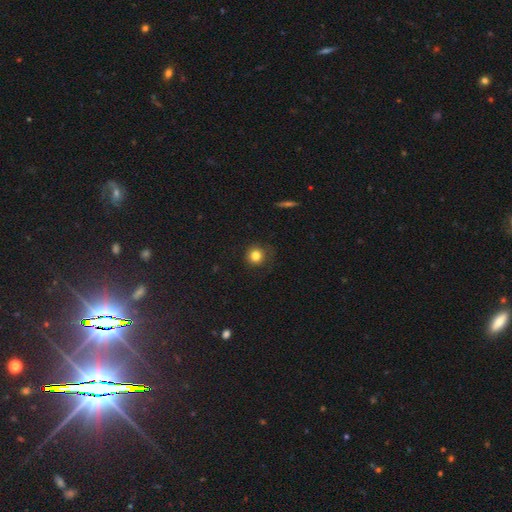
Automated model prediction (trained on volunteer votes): Smooth or featured?
  - smooth: 81% *
  - star or artifact: 12%
  - featured or disk: 7%
How rounded?
  - round: 93% *
  - in between: 6%
  - cigar-shaped: 1%
Merging?
  - none: 82% *
  - minor disturbance: 12%
  - major disturbance: 4%
  - merger: 1%